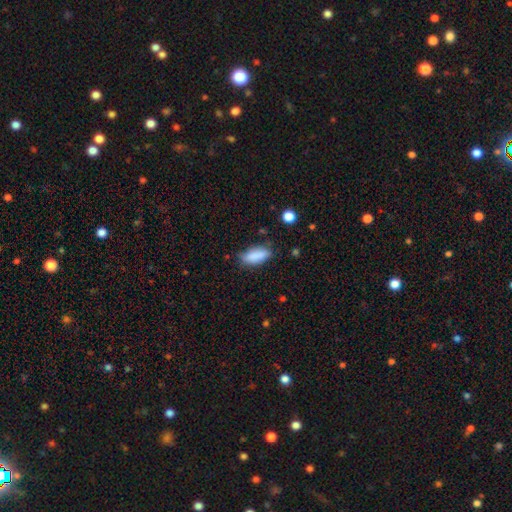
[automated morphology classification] Smooth or featured?
  - smooth: 85% *
  - featured or disk: 8%
  - star or artifact: 7%
How rounded?
  - in between: 78% *
  - cigar-shaped: 20%
  - round: 2%
Merging?
  - none: 73% *
  - minor disturbance: 20%
  - major disturbance: 4%
  - merger: 2%